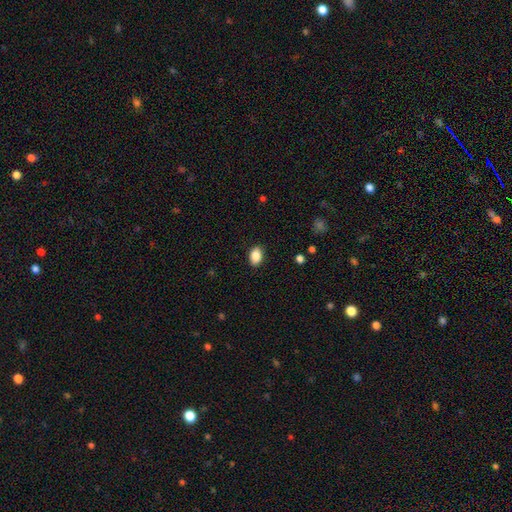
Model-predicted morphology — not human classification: The model was most divided on "how rounded": in between: 84%, round: 15%, cigar-shaped: 1%. More confident: merging — none (88%); smooth or featured — smooth (87%).